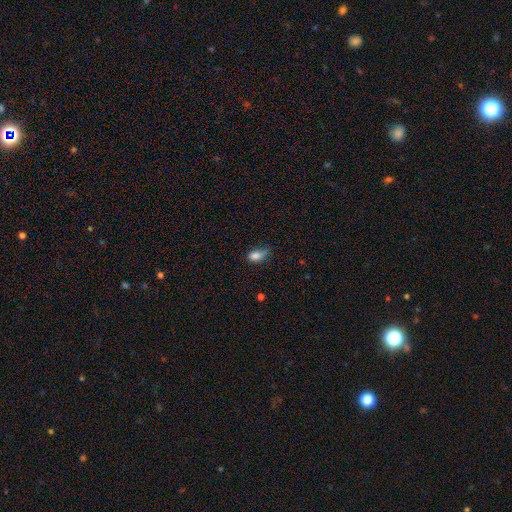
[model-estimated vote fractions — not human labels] Overall: smooth (81%). How rounded: in between (85%). Merging: minor disturbance (41%; none 37%).